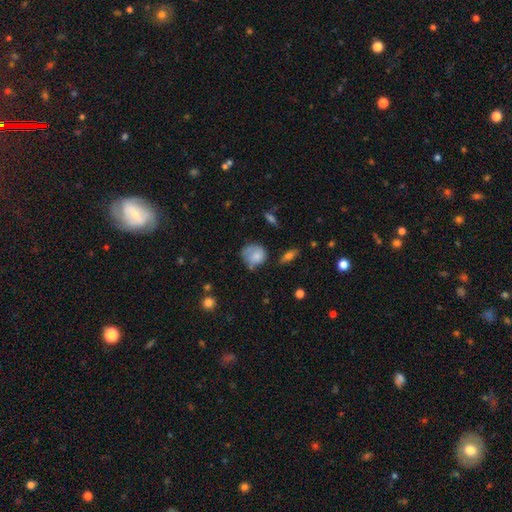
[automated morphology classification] type=smooth (65%); roundness=round (68%); merging=none (41%).